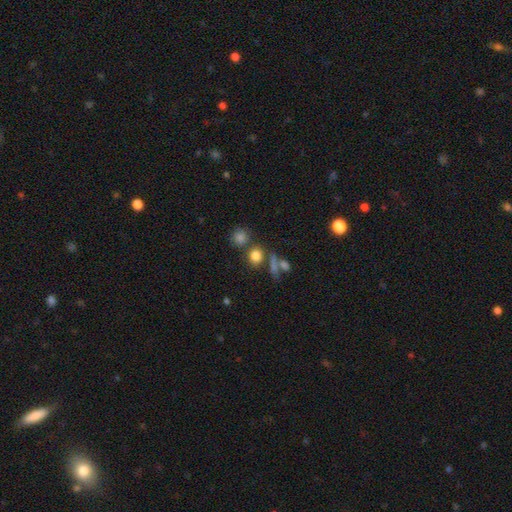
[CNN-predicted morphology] type=smooth (79%); roundness=round (77%); merging=none (65%).